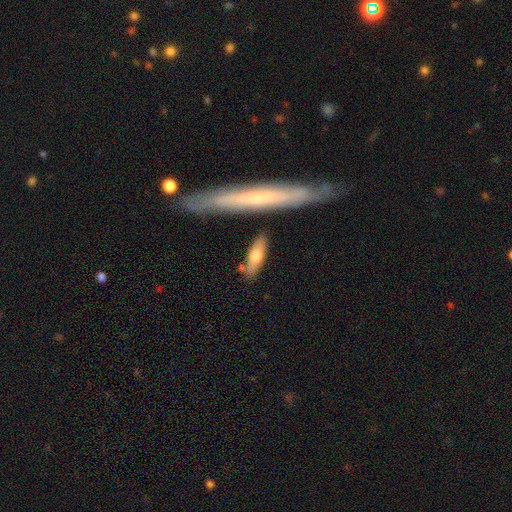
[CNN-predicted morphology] Q: Smooth or featured?
A: smooth (63%); runner-up: featured or disk (31%)
Q: How rounded?
A: cigar-shaped (55%); runner-up: in between (43%)
Q: Merging?
A: none (77%); runner-up: minor disturbance (13%)